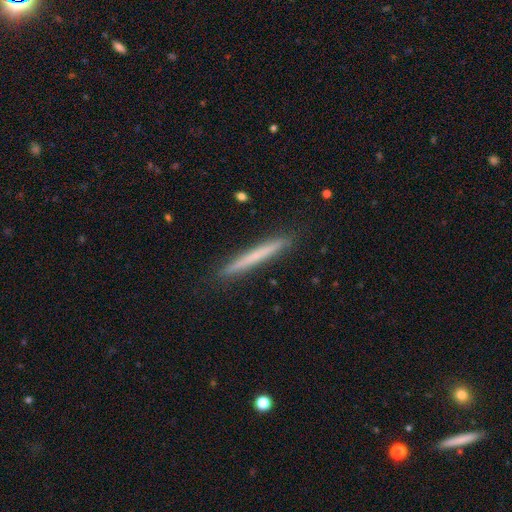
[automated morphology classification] The model was most divided on "smooth or featured": smooth: 58%, featured or disk: 36%, star or artifact: 6%. More confident: how rounded — cigar-shaped (97%); merging — none (91%).